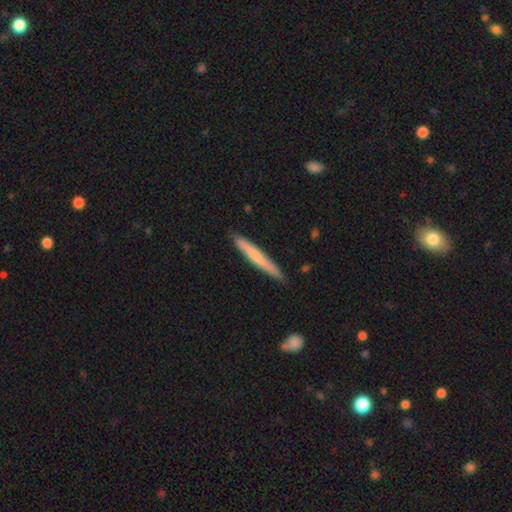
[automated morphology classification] The model was most divided on "smooth or featured": smooth: 62%, featured or disk: 33%, star or artifact: 5%. More confident: how rounded — cigar-shaped (96%); merging — none (87%).